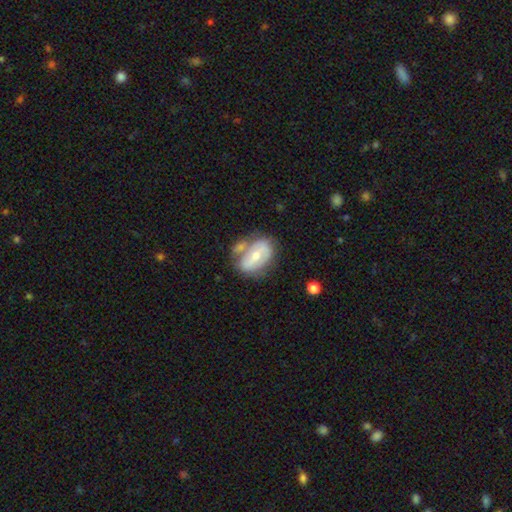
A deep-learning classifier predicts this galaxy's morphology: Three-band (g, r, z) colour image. It shows a featured or disk galaxy (59%) with a weak bar (37%), spiral arms (56%) and a moderate central bulge (56%). Merging: none (44%).